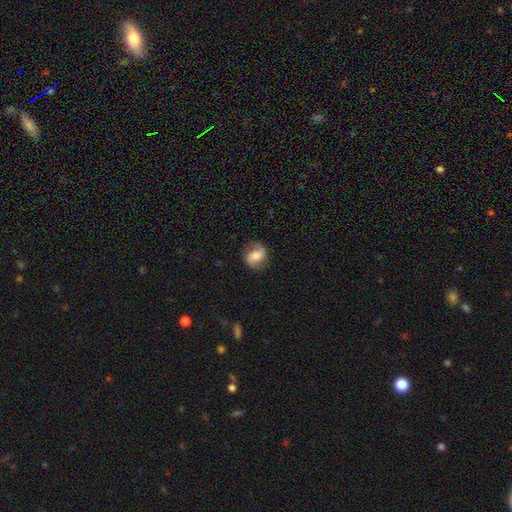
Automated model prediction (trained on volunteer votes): This appears to be a featured or disk galaxy (67%) with a weak bar (41%), 2 (91%) loose (45%) spiral arms (93%) and a moderate central bulge (59%). Merging: none (82%).